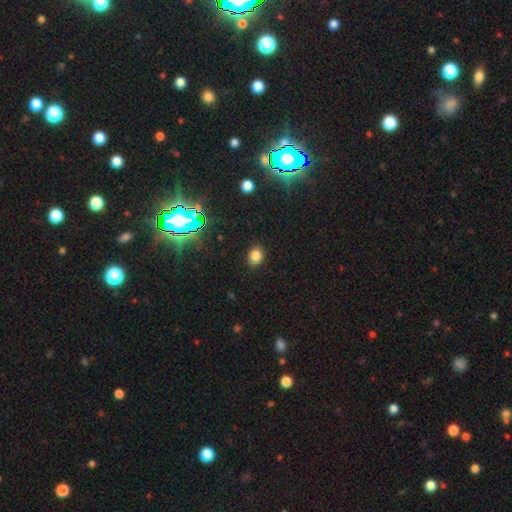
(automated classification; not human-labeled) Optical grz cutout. It shows a smooth galaxy with no disk features (80%) that is round (53%). Merging: none (87%).